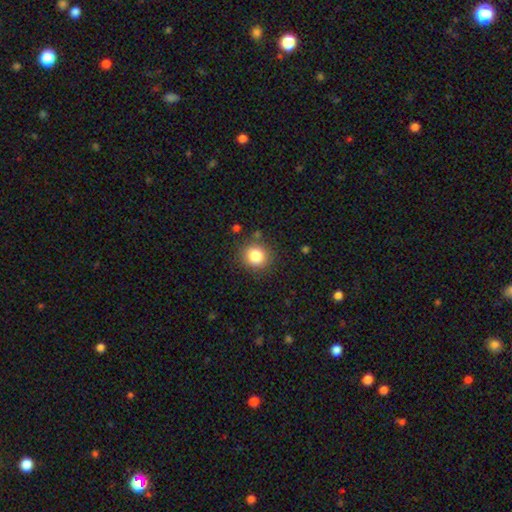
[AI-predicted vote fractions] A smooth galaxy with no disk features (83%) that is round (87%).

Vote fractions:
- Smooth or featured? smooth: 83% / star or artifact: 11% / featured or disk: 6%
- How rounded? round: 87% / in between: 12% / cigar-shaped: 1%
- Merging? none: 86% / minor disturbance: 9% / major disturbance: 3% / merger: 2%